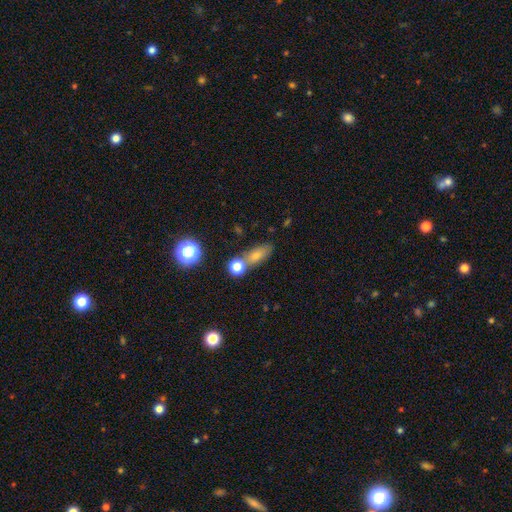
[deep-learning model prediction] A smooth galaxy with no disk features (71%) that is in between round and cigar-shaped (59%). Merging: none (55%).